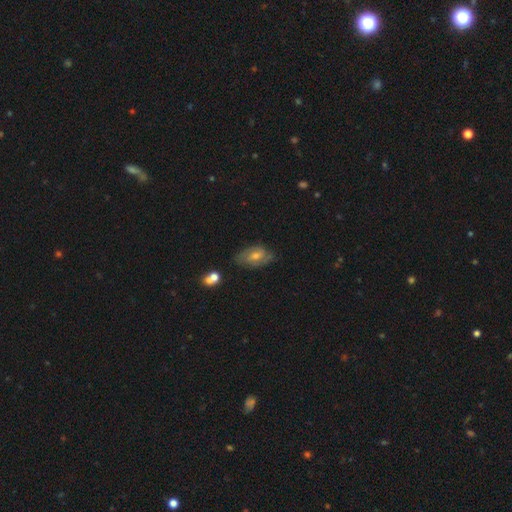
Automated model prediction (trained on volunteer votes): This appears to be a featured or disk galaxy (57%) with no bar (47%), spiral arms (81%) and a moderate central bulge (57%). Merging: none (71%).